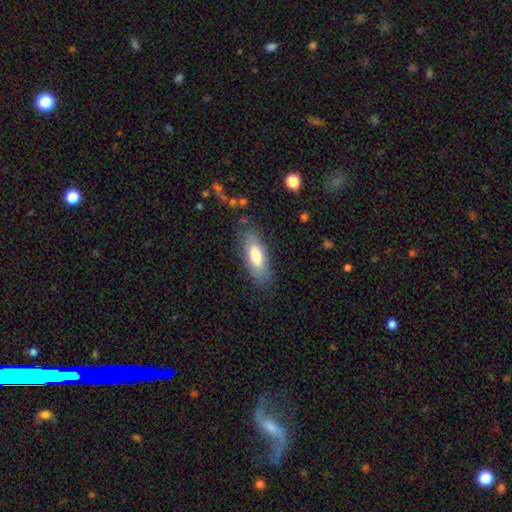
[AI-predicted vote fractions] This appears to be a smooth galaxy with no disk features (73%) that is in between round and cigar-shaped (69%). Merging: none (81%).